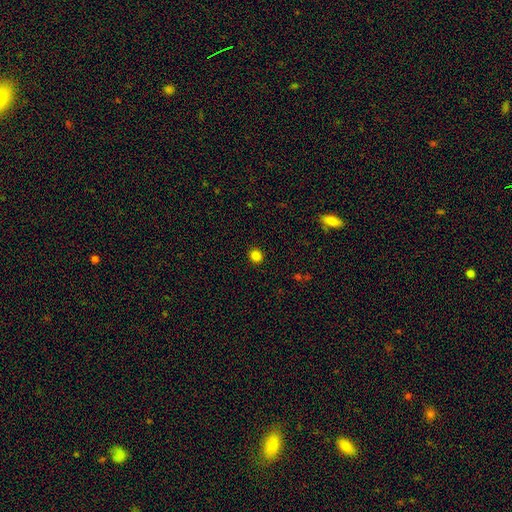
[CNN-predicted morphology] A smooth galaxy with no disk features (84%) that is round (81%).

Vote fractions:
- Smooth or featured? smooth: 84% / star or artifact: 13% / featured or disk: 3%
- How rounded? round: 81% / in between: 18% / cigar-shaped: 1%
- Merging? none: 91% / minor disturbance: 6% / major disturbance: 2% / merger: 1%